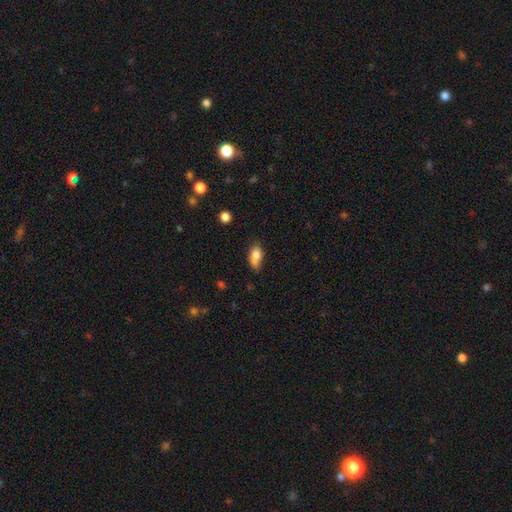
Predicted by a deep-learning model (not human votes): smooth_or_featured: smooth (p=0.79) [alt: featured or disk p=0.12]
how_rounded: in between (p=0.85) [alt: round p=0.09]
merging: none (p=0.43) [alt: minor disturbance p=0.37]